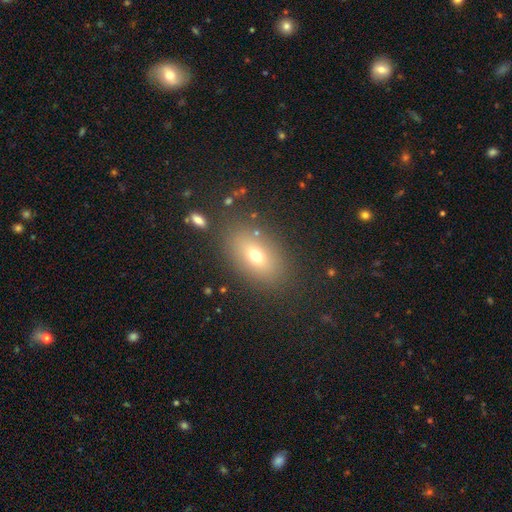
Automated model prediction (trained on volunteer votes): This is likely a smooth galaxy (68%). How rounded: clearly in between (82%). Merging: clearly none (82%).